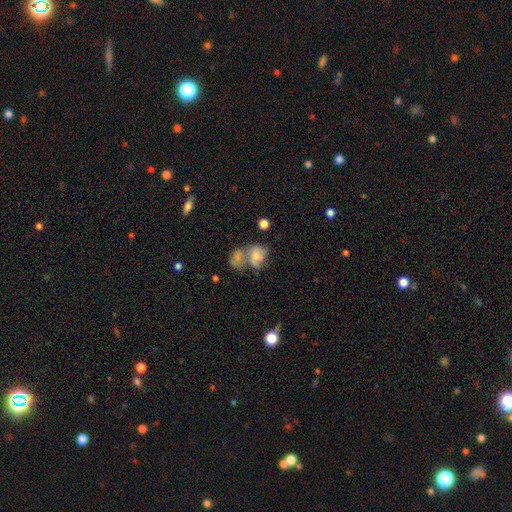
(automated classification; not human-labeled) The model was most divided on "how rounded": in between: 64%, round: 35%, cigar-shaped: 1%. More confident: smooth or featured — smooth (66%); merging — merger (59%).